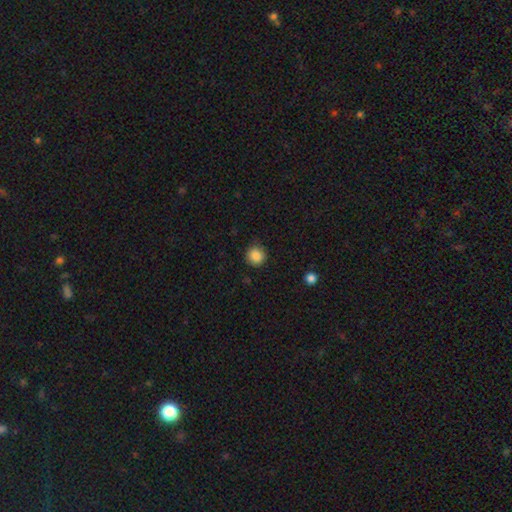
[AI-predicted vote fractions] Overall: smooth (87%). How rounded: round (93%). Merging: none (86%).